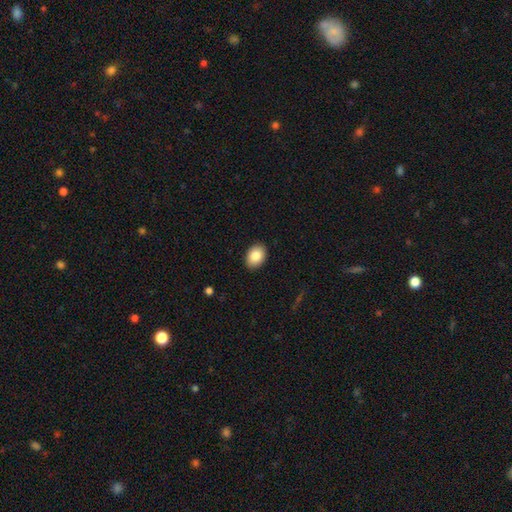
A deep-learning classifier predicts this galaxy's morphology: This appears to be a smooth galaxy with no disk features (85%) that is in between round and cigar-shaped (76%). Merging: none (90%).